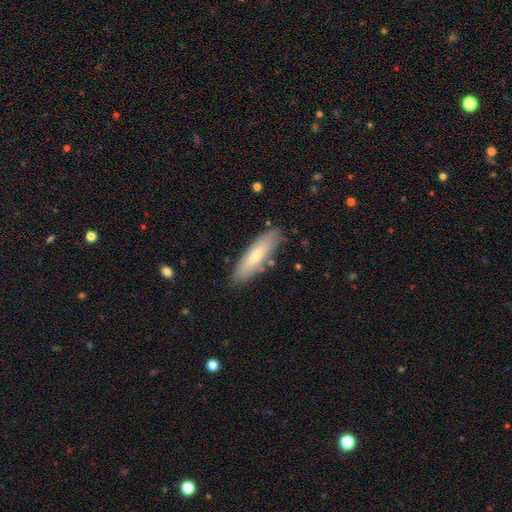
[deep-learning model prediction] A smooth galaxy with no disk features (67%) that is cigar-shaped (58%). Merging: none (82%).